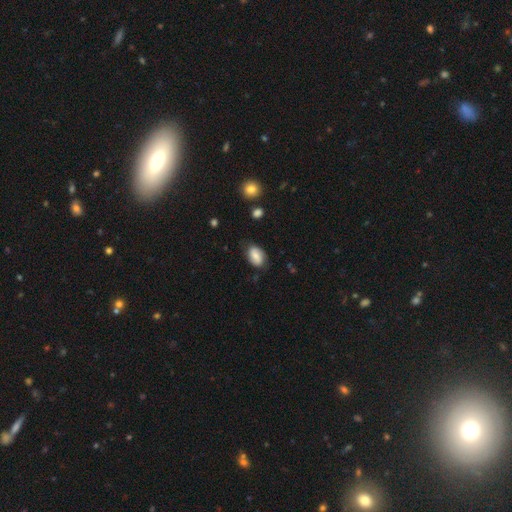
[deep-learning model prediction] smooth 73%, featured or disk 19%, star or artifact 8%. Down the decision tree: how rounded — in between (86%); merging — none (73%).